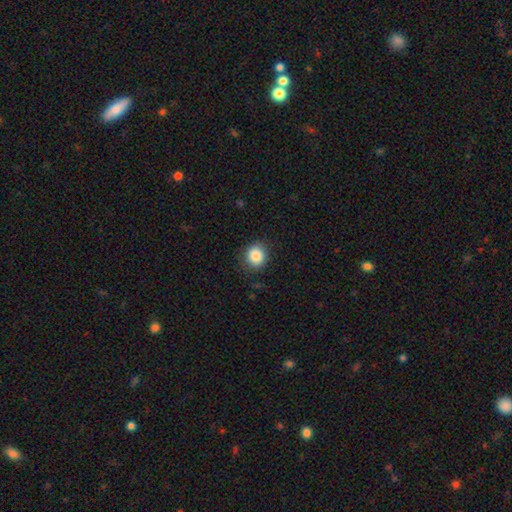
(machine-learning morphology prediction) This is clearly a smooth galaxy (86%). How rounded: likely round (80%). Merging: clearly none (85%).